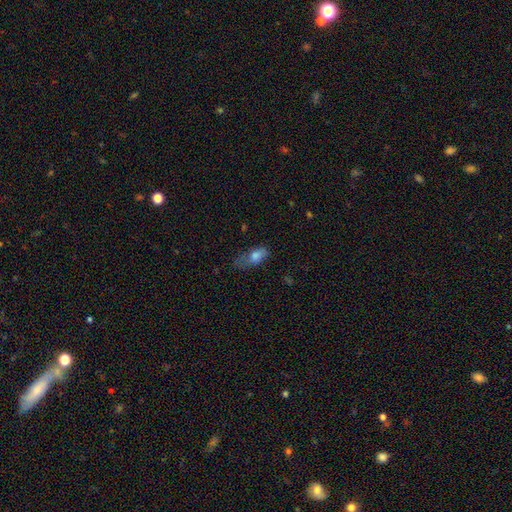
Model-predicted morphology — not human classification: Overall: smooth (71%). How rounded: in between (78%). Merging: none (45%; minor disturbance 34%).